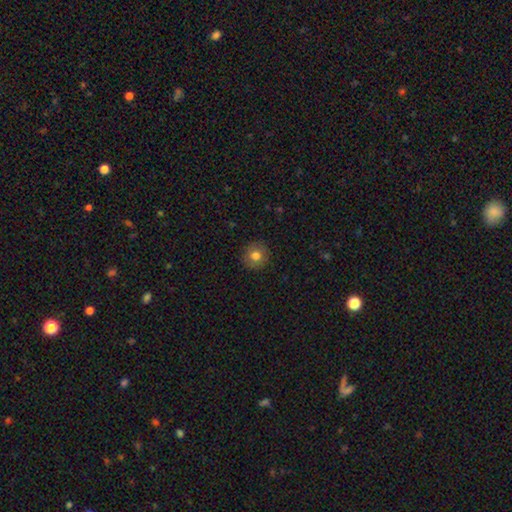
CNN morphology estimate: smooth_or_featured: smooth (p=0.79) [alt: featured or disk p=0.11]
how_rounded: round (p=0.93) [alt: in between p=0.06]
merging: none (p=0.91) [alt: minor disturbance p=0.06]